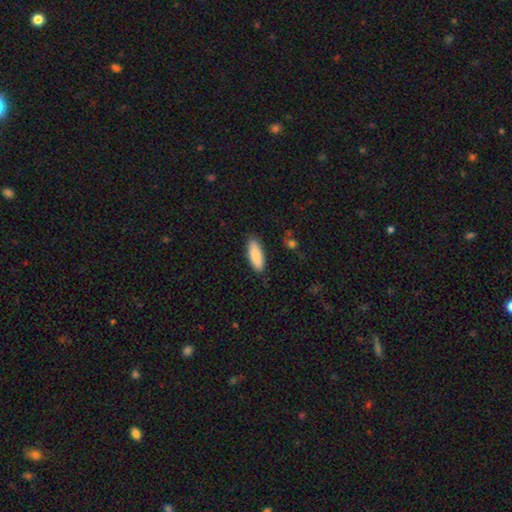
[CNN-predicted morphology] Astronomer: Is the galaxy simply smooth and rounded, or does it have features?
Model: smooth — 84%.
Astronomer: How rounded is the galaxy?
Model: in between — 66%.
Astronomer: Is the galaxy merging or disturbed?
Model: none — 85%.